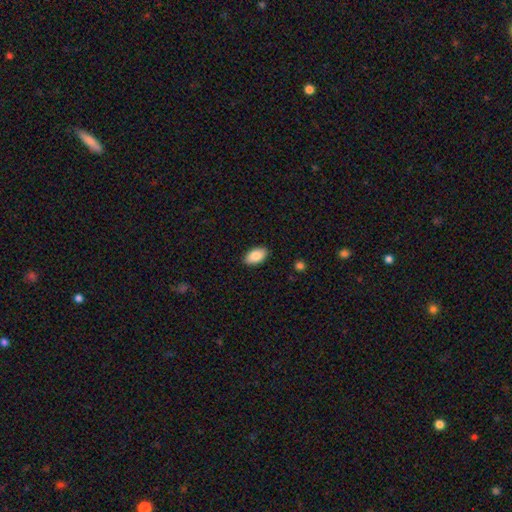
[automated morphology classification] Smooth or featured: smooth — 87% (star or artifact — 6%)
How rounded: in between — 94% (round — 4%)
Merging: none — 88% (minor disturbance — 9%)